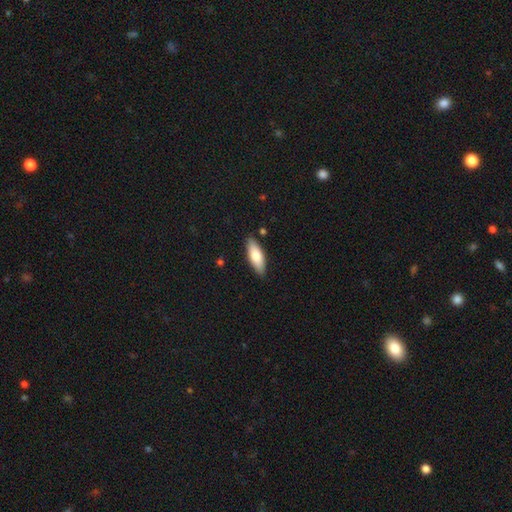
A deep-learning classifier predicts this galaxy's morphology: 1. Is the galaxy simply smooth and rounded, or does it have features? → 74% smooth, 20% featured or disk, 6% star or artifact.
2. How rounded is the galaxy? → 66% in between, 32% cigar-shaped, 2% round.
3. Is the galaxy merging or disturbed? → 86% none, 10% minor disturbance, 2% major disturbance, 2% merger.